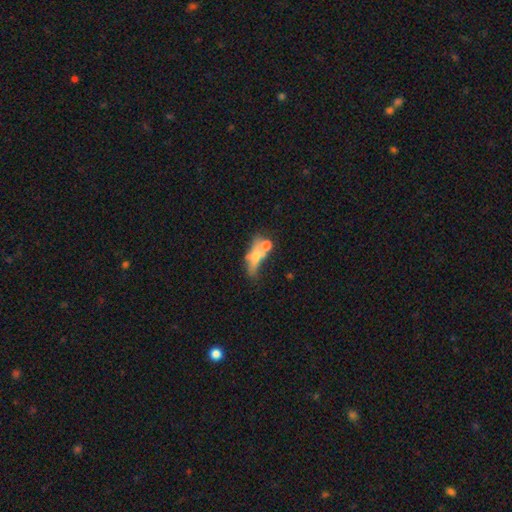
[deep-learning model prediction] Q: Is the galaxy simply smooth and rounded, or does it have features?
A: smooth — 46%.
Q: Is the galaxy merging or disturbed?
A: merger — 35%, tied with none.